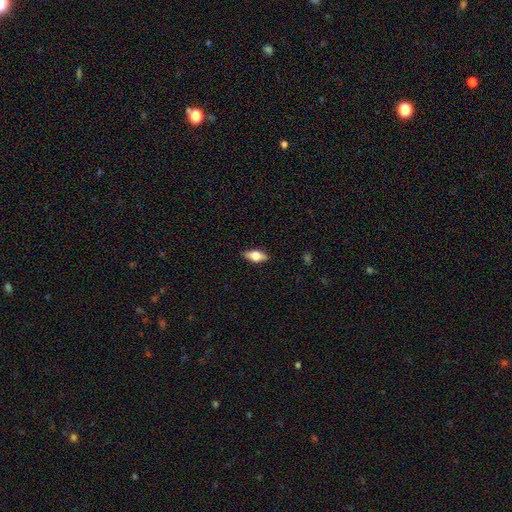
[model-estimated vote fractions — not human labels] Smooth or featured: smooth — 55% (featured or disk — 38%)
How rounded: in between — 77% (cigar-shaped — 18%)
Merging: none — 86% (minor disturbance — 11%)